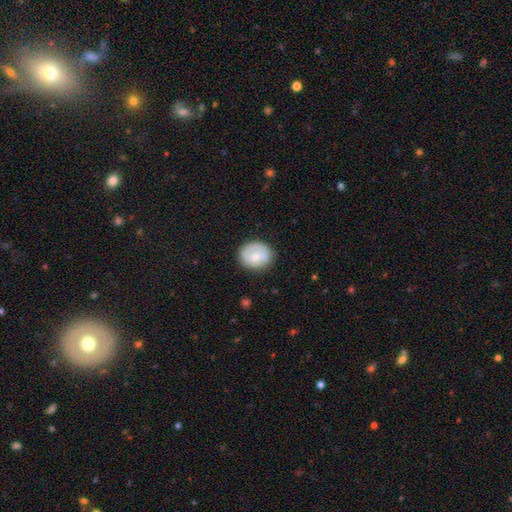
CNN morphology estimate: This is likely a smooth galaxy (65%). How rounded: likely round (69%). Merging: likely none (75%).